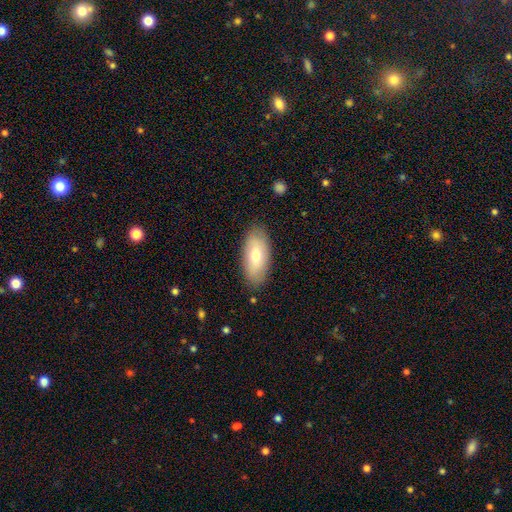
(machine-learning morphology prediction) smooth_or_featured: smooth (p=0.68) [alt: featured or disk p=0.25]
how_rounded: in between (p=0.89) [alt: cigar-shaped p=0.08]
merging: none (p=0.84) [alt: minor disturbance p=0.12]